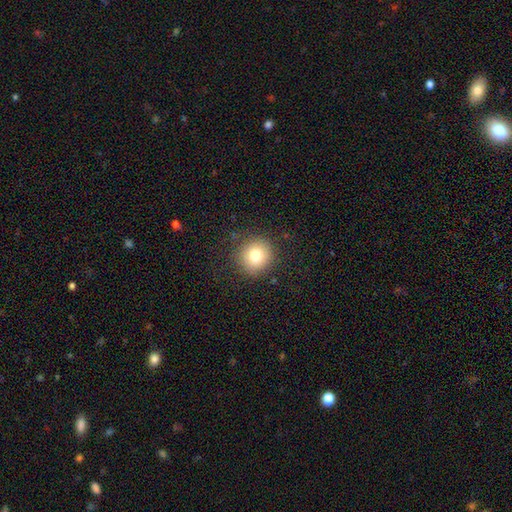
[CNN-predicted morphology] Smooth or featured? smooth (80%)
How rounded? round (91%)
Merging? none (87%)